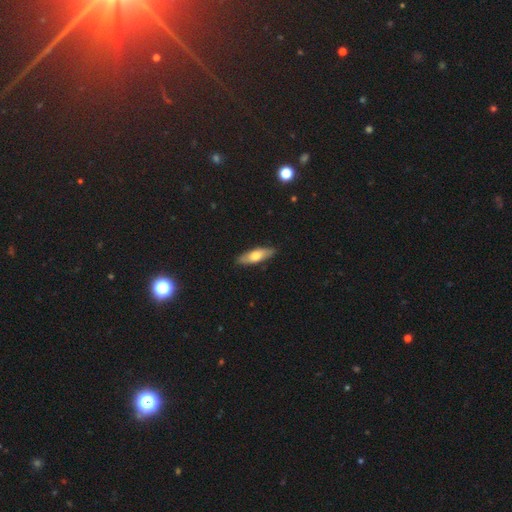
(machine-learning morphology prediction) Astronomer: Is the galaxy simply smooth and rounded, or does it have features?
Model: smooth — 62%.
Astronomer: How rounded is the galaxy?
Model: in between — 51% (runner-up: cigar-shaped, 47%).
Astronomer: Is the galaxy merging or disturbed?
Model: none — 87%.